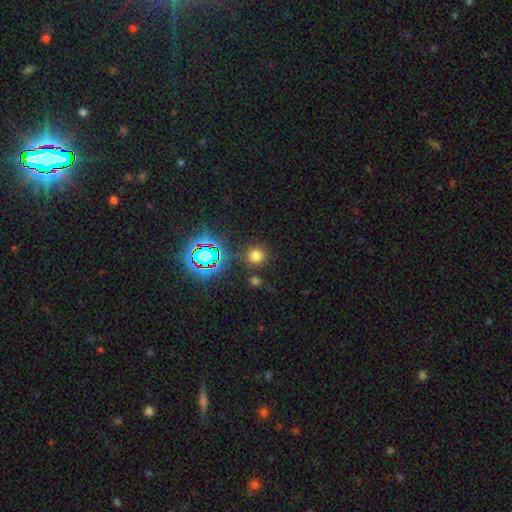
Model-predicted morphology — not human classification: Smooth or featured?
  - smooth: 68% *
  - star or artifact: 26%
  - featured or disk: 6%
How rounded?
  - round: 93% *
  - in between: 6%
  - cigar-shaped: 1%
Merging?
  - none: 83% *
  - minor disturbance: 8%
  - merger: 5%
  - major disturbance: 4%